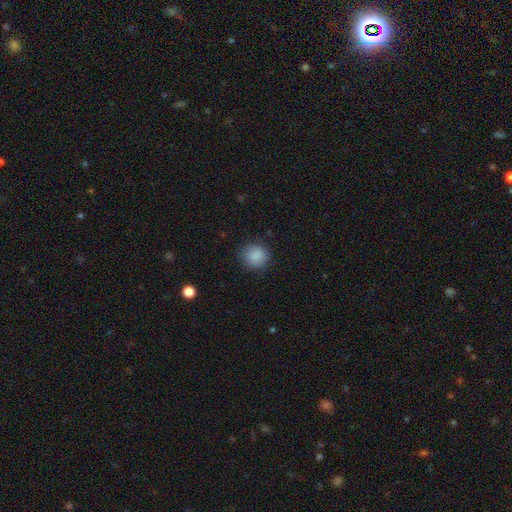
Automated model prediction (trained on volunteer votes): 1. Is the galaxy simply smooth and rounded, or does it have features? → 88% smooth, 8% star or artifact, 5% featured or disk.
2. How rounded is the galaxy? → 88% round, 11% in between, 1% cigar-shaped.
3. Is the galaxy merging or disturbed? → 87% none, 9% minor disturbance, 3% major disturbance, 1% merger.